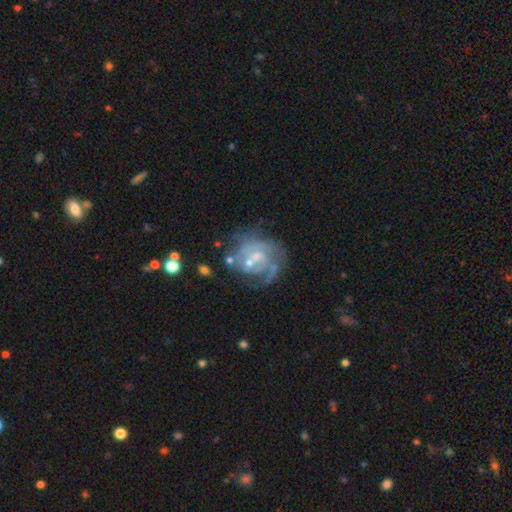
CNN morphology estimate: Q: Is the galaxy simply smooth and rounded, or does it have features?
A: featured or disk — 78%.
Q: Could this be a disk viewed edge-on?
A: no — 98%.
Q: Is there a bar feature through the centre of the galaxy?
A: no — 54%.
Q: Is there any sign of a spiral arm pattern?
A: yes — 79%.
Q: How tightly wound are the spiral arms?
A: tight — 45%.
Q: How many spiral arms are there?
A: can't tell — 39%.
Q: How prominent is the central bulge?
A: small — 56%.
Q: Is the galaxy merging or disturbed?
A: none — 46%.